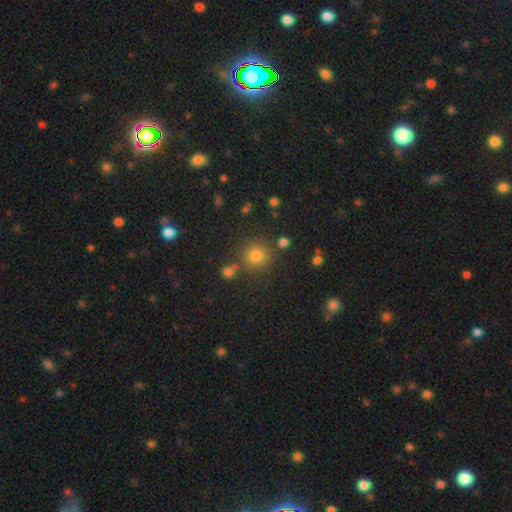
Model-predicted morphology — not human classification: smooth_or_featured: smooth (p=0.74) [alt: star or artifact p=0.19]
how_rounded: round (p=0.93) [alt: in between p=0.06]
merging: none (p=0.81) [alt: merger p=0.08]